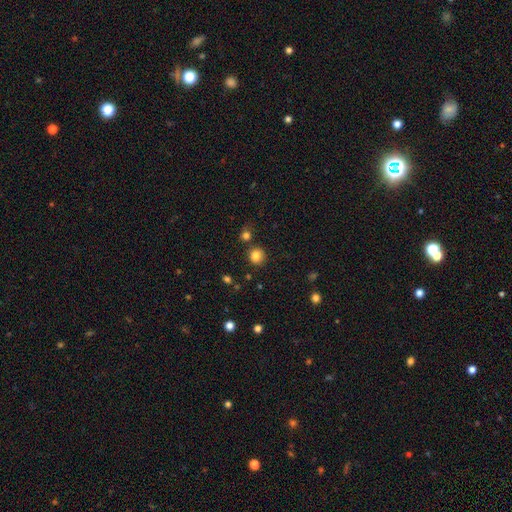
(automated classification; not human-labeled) Smooth or featured: smooth — 83% (star or artifact — 12%)
How rounded: round — 91% (in between — 9%)
Merging: none — 84% (minor disturbance — 8%)